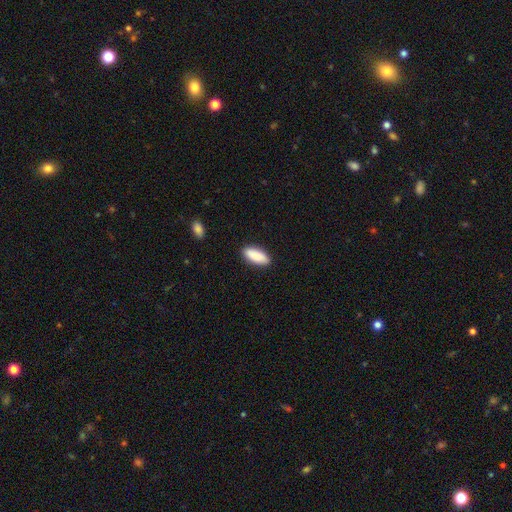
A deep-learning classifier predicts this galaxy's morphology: A smooth galaxy with no disk features (90%) that is in between round and cigar-shaped (81%). Merging: none (89%).